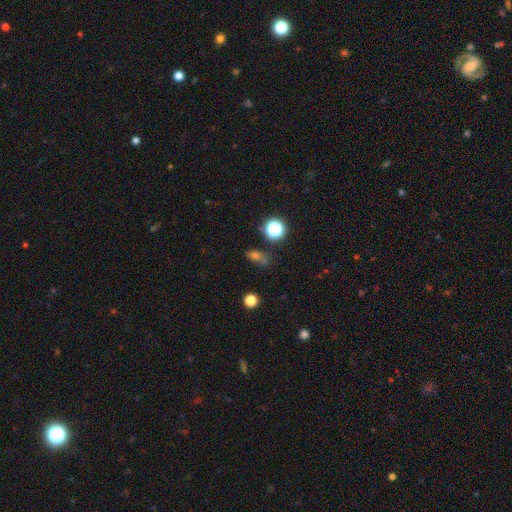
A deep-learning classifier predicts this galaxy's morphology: This is possibly a smooth galaxy (56%). How rounded: possibly in between (56%). Merging: possibly none (60%).